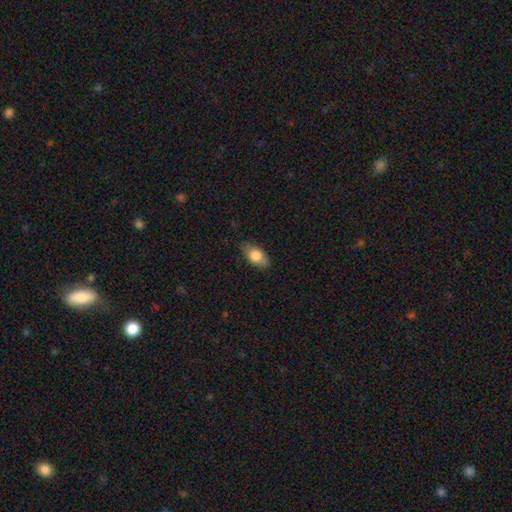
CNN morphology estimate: Q: Smooth or featured?
A: smooth (78%); runner-up: featured or disk (15%)
Q: How rounded?
A: in between (89%); runner-up: round (6%)
Q: Merging?
A: none (80%); runner-up: minor disturbance (16%)